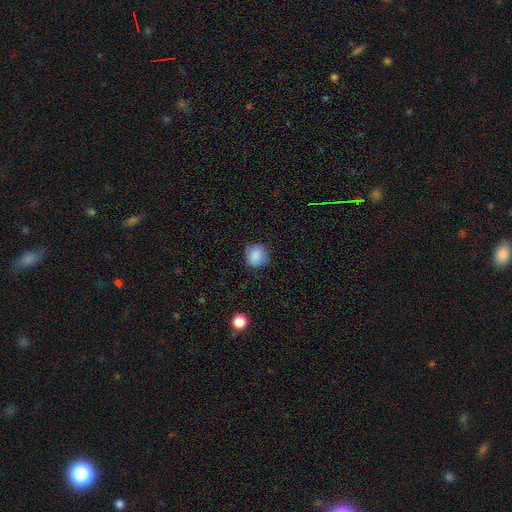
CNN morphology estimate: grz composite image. It shows a smooth galaxy with no disk features (87%) that is round (78%). Merging: none (79%).